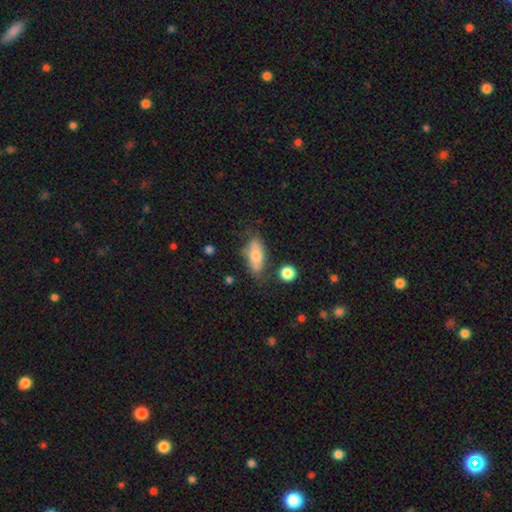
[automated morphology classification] Smooth or featured: smooth — 67% (featured or disk — 26%)
How rounded: in between — 78% (cigar-shaped — 18%)
Merging: none — 66% (minor disturbance — 22%)